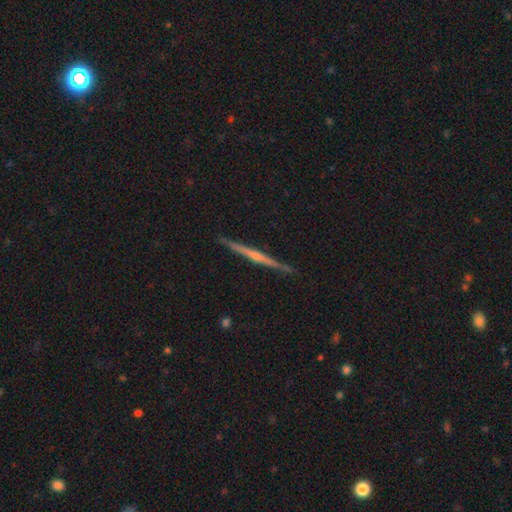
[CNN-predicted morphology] smooth_or_featured: featured or disk (p=0.76) [alt: smooth p=0.18]
disk_edge_on: yes (p=0.98) [alt: no p=0.02]
edge_on_bulge: rounded (p=0.61) [alt: none p=0.31]
merging: none (p=0.90) [alt: minor disturbance p=0.07]